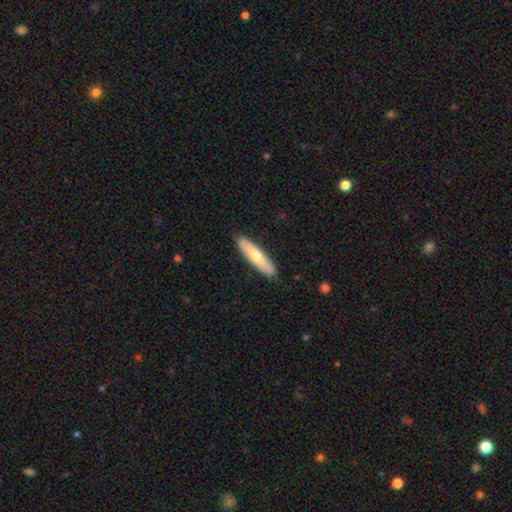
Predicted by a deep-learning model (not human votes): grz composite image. It shows a smooth galaxy with no disk features (63%) that is cigar-shaped (78%). Merging: none (88%).